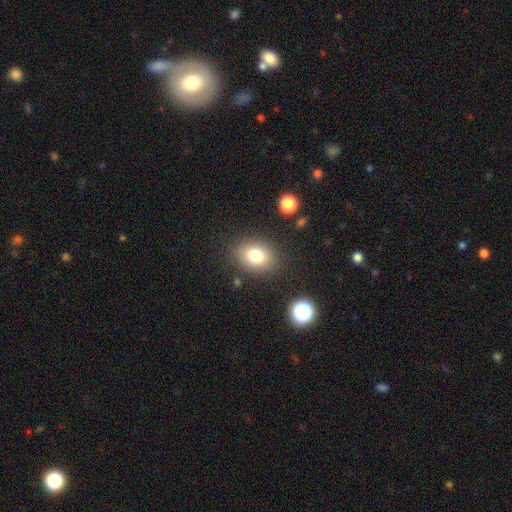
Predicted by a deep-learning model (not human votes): Smooth or featured? Predicted: smooth (p=0.79). How rounded? Predicted: in between (p=0.62). Merging? Predicted: none (p=0.84).